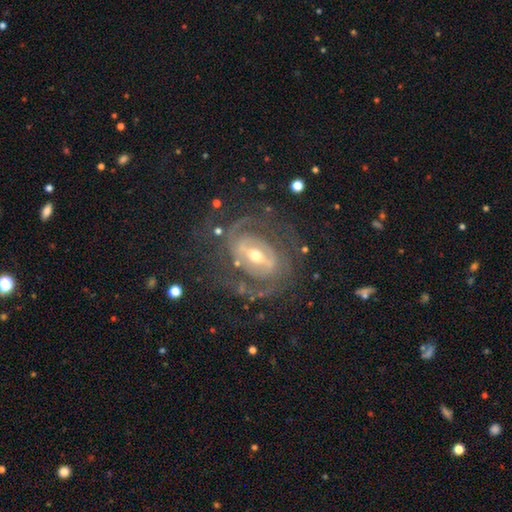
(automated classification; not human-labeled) smooth_or_featured: featured or disk (p=0.85) [alt: smooth p=0.08]
disk_edge_on: no (p=0.95) [alt: yes p=0.05]
bar: strong (p=0.41) [alt: weak p=0.37]
has_spiral_arms: yes (p=0.87) [alt: no p=0.13]
spiral_winding: tight (p=0.49) [alt: medium p=0.38]
spiral_arm_count: 2 (p=0.56) [alt: can't tell p=0.22]
bulge_size: moderate (p=0.54) [alt: small p=0.39]
merging: none (p=0.69) [alt: minor disturbance p=0.15]